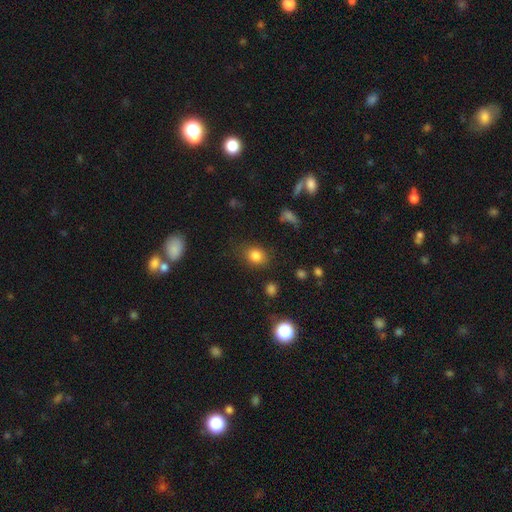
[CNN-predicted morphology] A smooth galaxy with no disk features (82%) that is round (52%).

Vote fractions:
- Smooth or featured? smooth: 82% / star or artifact: 11% / featured or disk: 6%
- How rounded? round: 52% / in between: 47% / cigar-shaped: 1%
- Merging? none: 79% / minor disturbance: 14% / major disturbance: 5% / merger: 2%